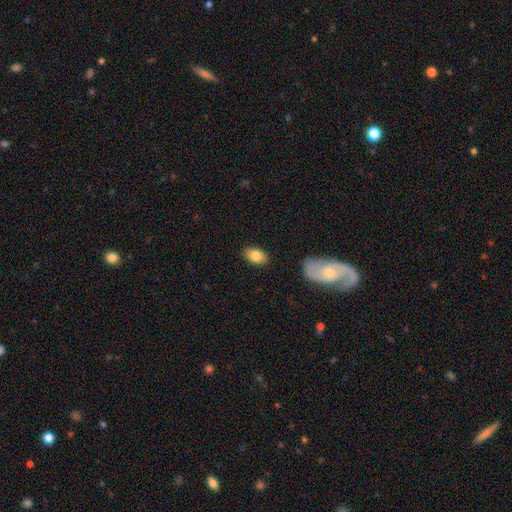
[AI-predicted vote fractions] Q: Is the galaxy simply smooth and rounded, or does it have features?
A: smooth — 81%.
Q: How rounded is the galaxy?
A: in between — 88%.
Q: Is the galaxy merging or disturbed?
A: none — 86%.